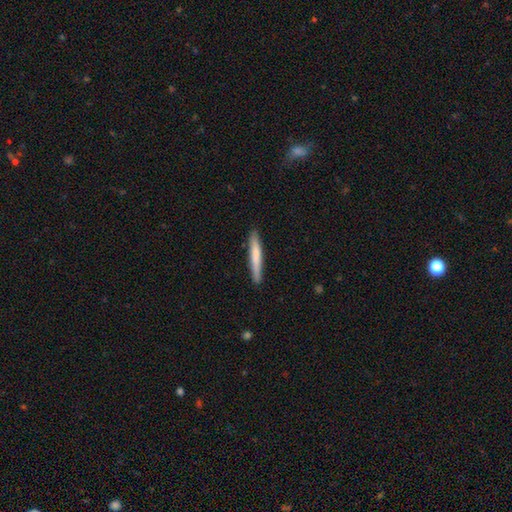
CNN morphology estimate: Smooth or featured?
  - smooth: 71% *
  - featured or disk: 24%
  - star or artifact: 5%
How rounded?
  - cigar-shaped: 96% *
  - in between: 3%
  - round: 1%
Merging?
  - none: 90% *
  - minor disturbance: 8%
  - major disturbance: 1%
  - merger: 1%